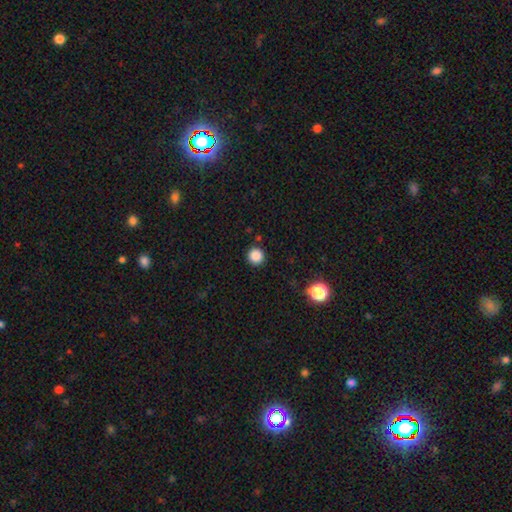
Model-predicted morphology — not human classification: A smooth galaxy with no disk features (85%) that is round (95%).

Vote fractions:
- Smooth or featured? smooth: 85% / star or artifact: 12% / featured or disk: 3%
- How rounded? round: 95% / in between: 4% / cigar-shaped: 1%
- Merging? none: 90% / minor disturbance: 6% / merger: 2% / major disturbance: 2%